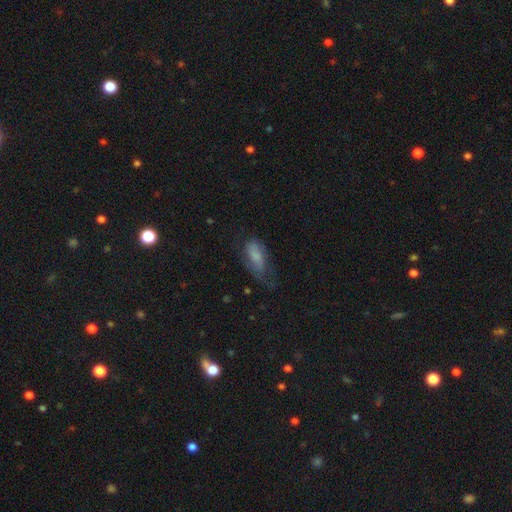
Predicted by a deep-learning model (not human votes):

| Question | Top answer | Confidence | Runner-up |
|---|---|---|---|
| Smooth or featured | smooth | 66% | featured or disk (24%) |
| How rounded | in between | 83% | cigar-shaped (14%) |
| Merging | none | 37% | minor disturbance (32%) |